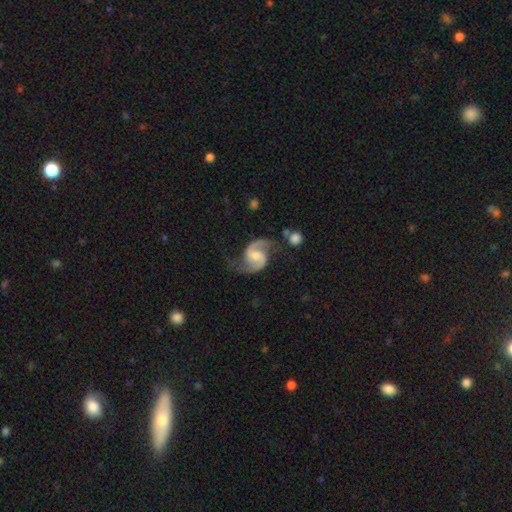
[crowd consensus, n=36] Smooth or featured?
  - featured or disk: 89% *
  - smooth: 8%
  - star or artifact: 3%
Edge-on disk?
  - no: 84% *
  - yes: 16%
Bar?
  - no: 63% *
  - weak: 37%
  - strong: 0%
Spiral arms?
  - yes: 100% *
  - no: 0%
Spiral winding?
  - medium: 59% *
  - loose: 30%
  - tight: 11%
Spiral arm count?
  - 2: 96% *
  - more than 4: 4%
  - 1: 0%
  - 3: 0%
  - 4: 0%
  - can't tell: 0%
Bulge size?
  - moderate: 44% * (tied)
  - small: 44% * (tied)
  - none: 7%
  - large: 4%
  - dominant: 0%
Merging?
  - none: 71% *
  - major disturbance: 11%
  - minor disturbance: 9%
  - merger: 9%